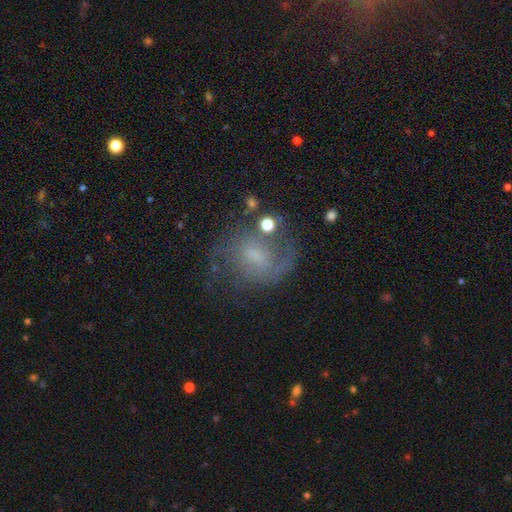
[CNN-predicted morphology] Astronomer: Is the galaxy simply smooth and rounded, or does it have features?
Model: featured or disk — 69%.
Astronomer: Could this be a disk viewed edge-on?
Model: no — 98%.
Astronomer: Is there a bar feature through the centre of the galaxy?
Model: weak — 51% (runner-up: no, 38%).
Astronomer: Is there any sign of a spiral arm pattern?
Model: yes — 86%.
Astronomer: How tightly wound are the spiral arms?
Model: medium — 48% (runner-up: loose, 29%).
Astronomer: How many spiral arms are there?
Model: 2 — 64%.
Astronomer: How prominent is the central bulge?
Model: small — 44% (runner-up: moderate, 30%).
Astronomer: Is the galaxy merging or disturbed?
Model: none — 57%.